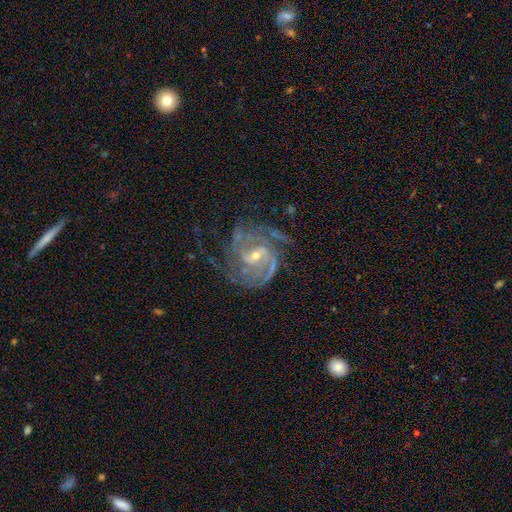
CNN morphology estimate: smooth-or-featured: featured or disk: 90% | star or artifact: 6% | smooth: 4%
  disk-edge-on: no: 97% | yes: 3%
    bar: weak: 47% | no: 28% | strong: 24%
    has-spiral-arms: yes: 97% | no: 3%
      spiral-winding: tight: 47% | medium: 42% | loose: 10%
      spiral-arm-count: 2: 33% | 3: 25% | can't tell: 19% | 4: 12% | more than 4: 6% | 1: 6%
    bulge-size: small: 65% | moderate: 32% | none: 2% | large: 1% | dominant: 1%
  merging: none: 64% | minor disturbance: 19% | major disturbance: 14% | merger: 2%